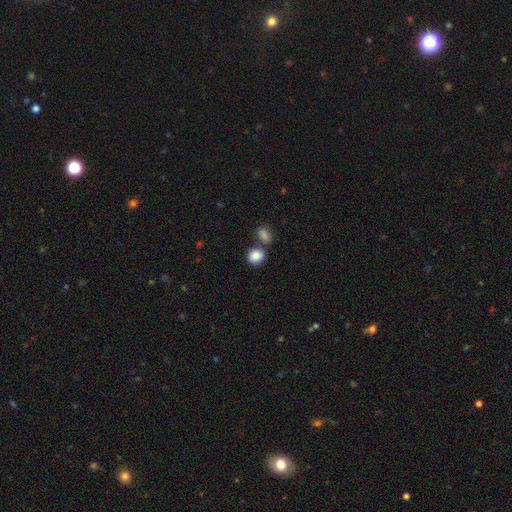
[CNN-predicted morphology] smooth_or_featured: smooth (p=0.87) [alt: star or artifact p=0.08]
how_rounded: round (p=0.61) [alt: in between p=0.38]
merging: none (p=0.61) [alt: merger p=0.25]